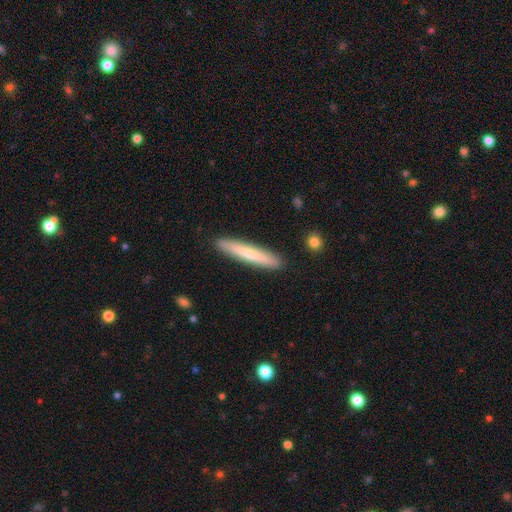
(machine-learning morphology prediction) A smooth galaxy with no disk features (64%) that is cigar-shaped (94%).

Vote fractions:
- Smooth or featured? smooth: 64% / featured or disk: 30% / star or artifact: 6%
- How rounded? cigar-shaped: 94% / in between: 5% / round: 1%
- Merging? none: 90% / minor disturbance: 7% / major disturbance: 1% / merger: 1%